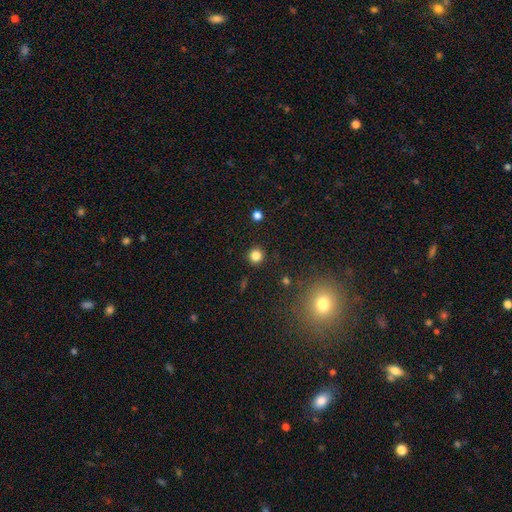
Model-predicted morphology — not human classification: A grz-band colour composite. It shows a smooth galaxy with no disk features (83%) that is round (93%). Merging: none (91%).